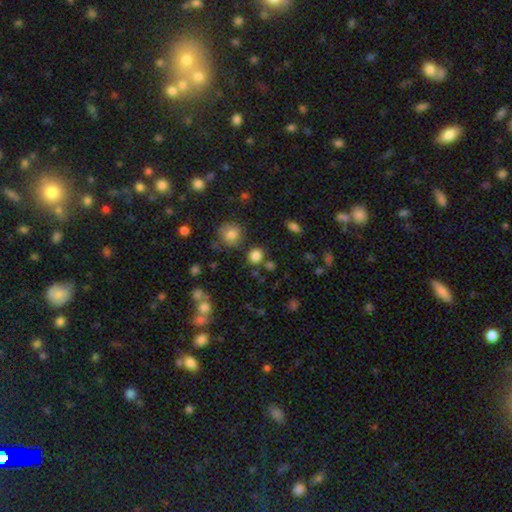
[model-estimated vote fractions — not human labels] Morphology: type=smooth (81%); roundness=round (79%); merging=none (78%).